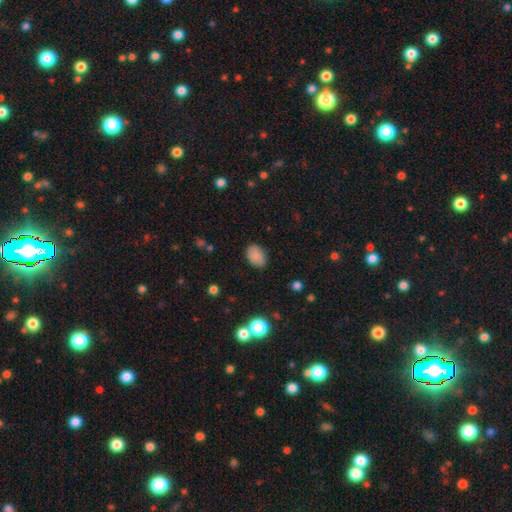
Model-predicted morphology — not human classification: This is clearly a smooth galaxy (85%). How rounded: clearly in between (85%). Merging: clearly none (83%).